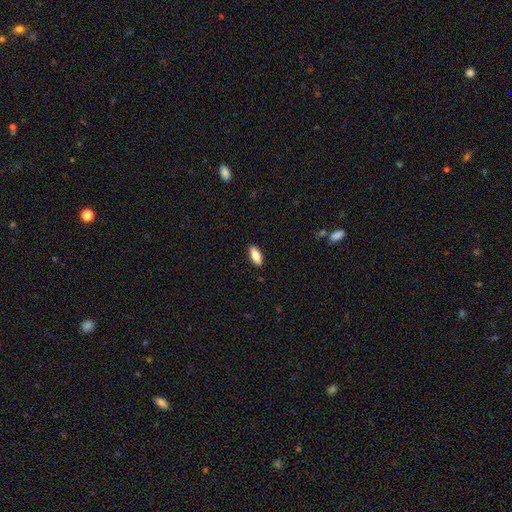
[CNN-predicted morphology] Smooth or featured: smooth — 82% (featured or disk — 11%)
How rounded: in between — 82% (cigar-shaped — 15%)
Merging: none — 90% (minor disturbance — 8%)